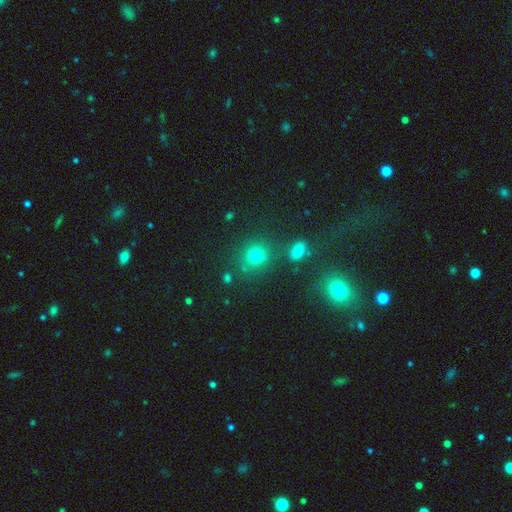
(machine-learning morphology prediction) smooth_or_featured: smooth (p=0.73) [alt: star or artifact p=0.19]
how_rounded: round (p=0.84) [alt: in between p=0.15]
merging: none (p=0.74) [alt: minor disturbance p=0.11]